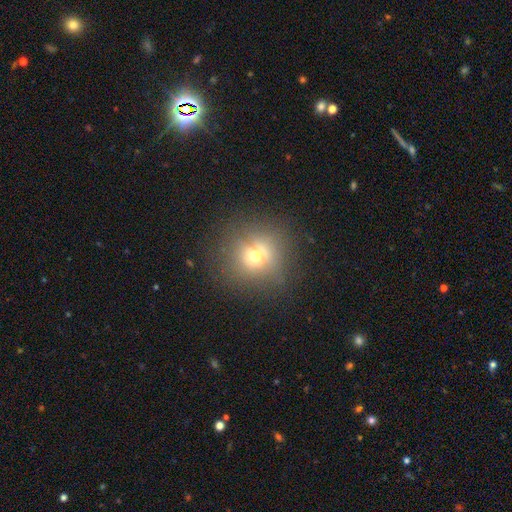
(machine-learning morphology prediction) Q: Smooth or featured?
A: smooth (56%); runner-up: featured or disk (22%)
Q: How rounded?
A: round (91%); runner-up: in between (7%)
Q: Merging?
A: none (77%); runner-up: minor disturbance (13%)